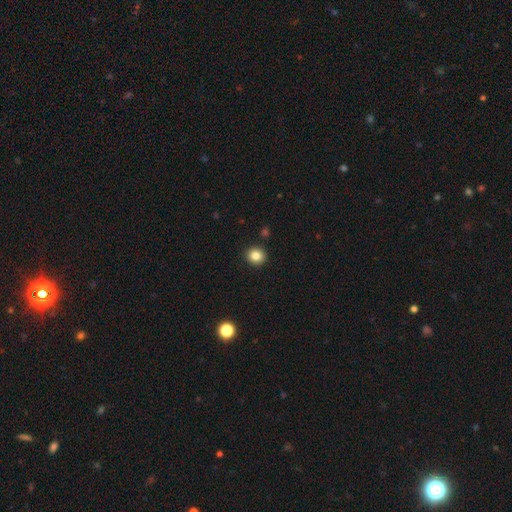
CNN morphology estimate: type=smooth (84%); roundness=round (88%); merging=none (92%).